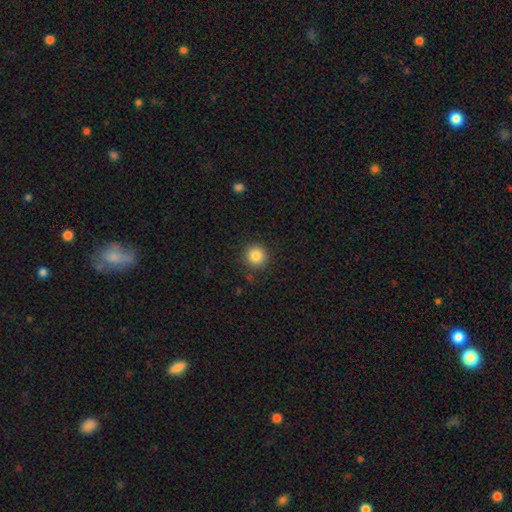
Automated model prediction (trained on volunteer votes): A smooth galaxy with no disk features (85%) that is round (94%).

Vote fractions:
- Smooth or featured? smooth: 85% / star or artifact: 10% / featured or disk: 5%
- How rounded? round: 94% / in between: 5% / cigar-shaped: 1%
- Merging? none: 89% / minor disturbance: 7% / major disturbance: 2% / merger: 2%